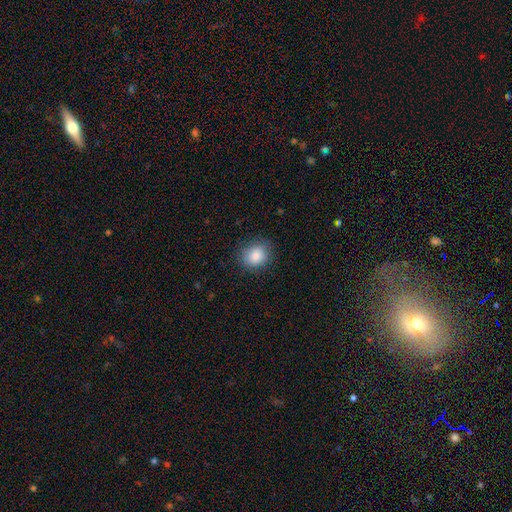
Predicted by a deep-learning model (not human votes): Smooth or featured: smooth — 86% (star or artifact — 9%)
How rounded: round — 62% (in between — 37%)
Merging: none — 84% (minor disturbance — 12%)